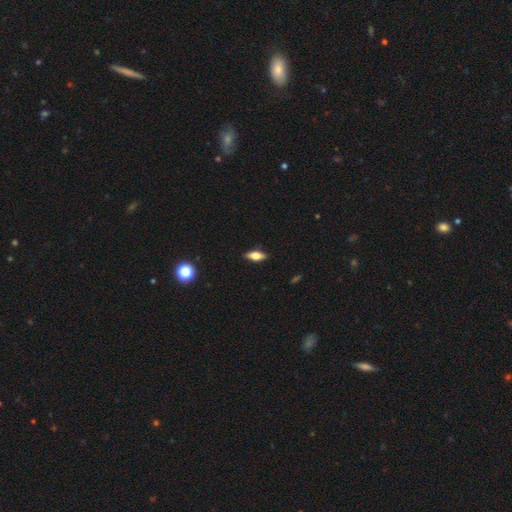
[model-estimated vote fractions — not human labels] A smooth galaxy with no disk features (66%) that is in between round and cigar-shaped (77%). Merging: none (88%).